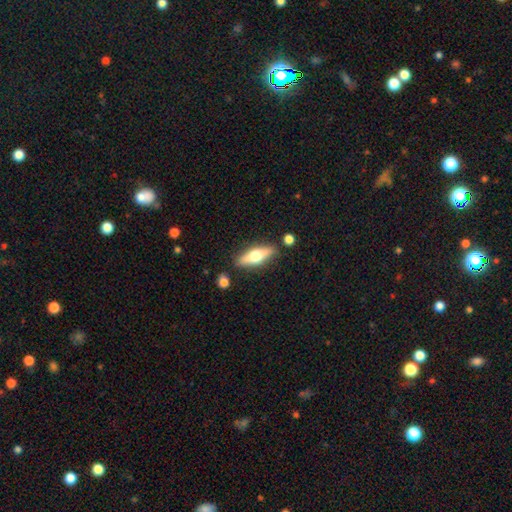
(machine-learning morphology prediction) This appears to be a smooth galaxy with no disk features (48%). Merging: none (83%).